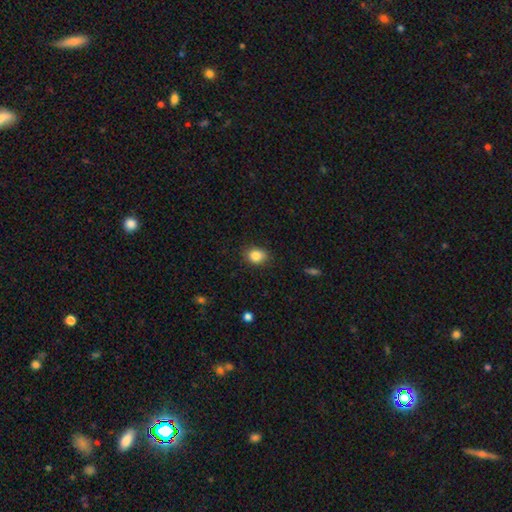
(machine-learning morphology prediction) This is clearly a smooth galaxy (85%). How rounded: possibly in between (51%). Merging: clearly none (82%).